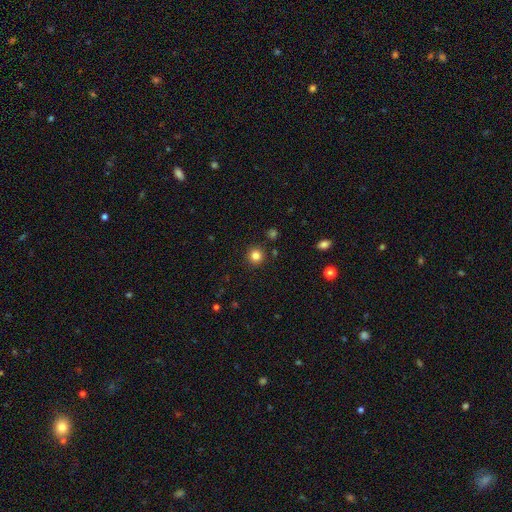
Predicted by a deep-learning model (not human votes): Smooth or featured: smooth — 83% (star or artifact — 12%)
How rounded: round — 94% (in between — 5%)
Merging: none — 90% (minor disturbance — 6%)